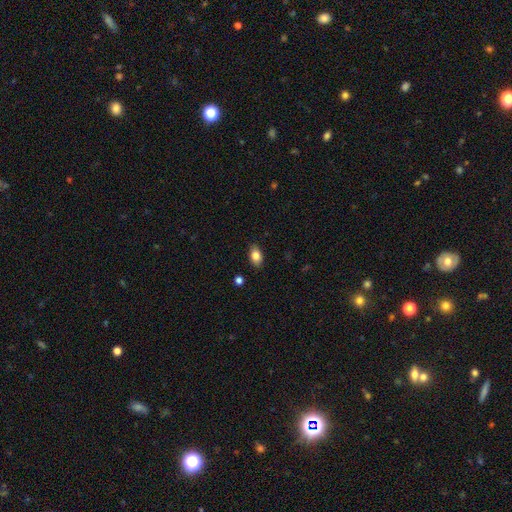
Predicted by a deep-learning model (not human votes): smooth-or-featured: smooth: 82% | featured or disk: 10% | star or artifact: 8%
  how-rounded: in between: 87% | round: 10% | cigar-shaped: 2%
  merging: none: 87% | minor disturbance: 10% | major disturbance: 2% | merger: 1%